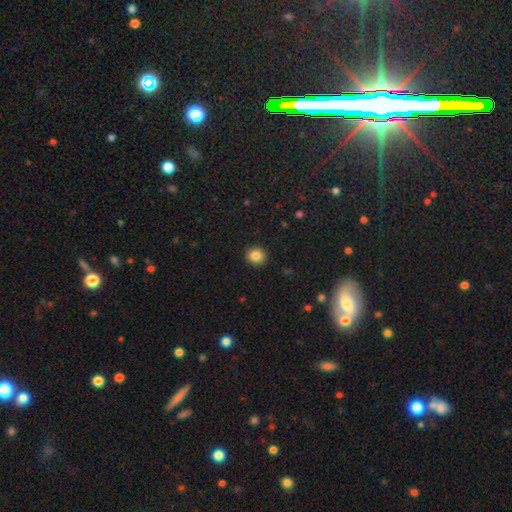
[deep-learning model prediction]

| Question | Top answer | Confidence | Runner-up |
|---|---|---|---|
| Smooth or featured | smooth | 85% | star or artifact (10%) |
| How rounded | round | 84% | in between (15%) |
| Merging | none | 92% | minor disturbance (5%) |